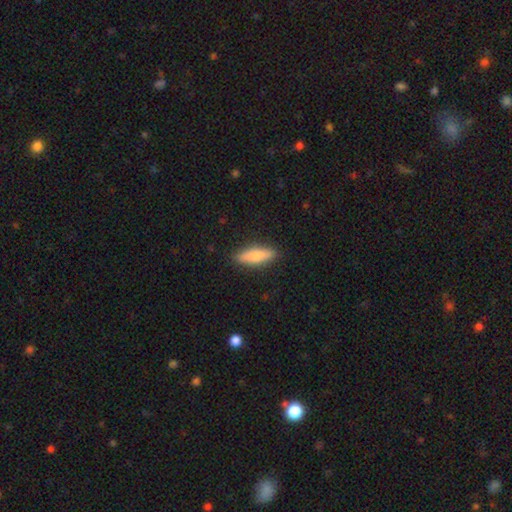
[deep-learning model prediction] smooth_or_featured: smooth (p=0.70) [alt: featured or disk p=0.24]
how_rounded: cigar-shaped (p=0.59) [alt: in between p=0.39]
merging: none (p=0.88) [alt: minor disturbance p=0.09]